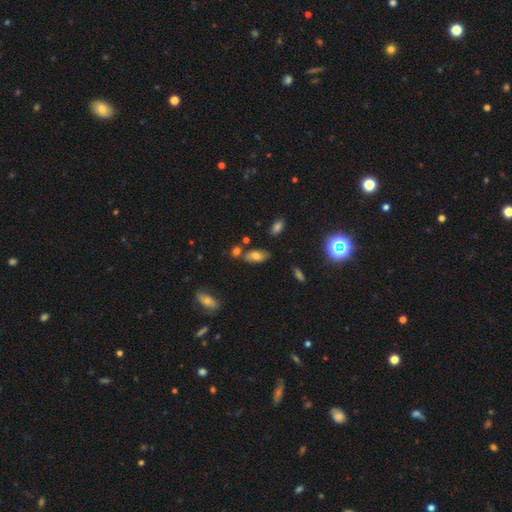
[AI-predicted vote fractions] A smooth galaxy with no disk features (71%) that is in between round and cigar-shaped (89%). Merging: none (70%).